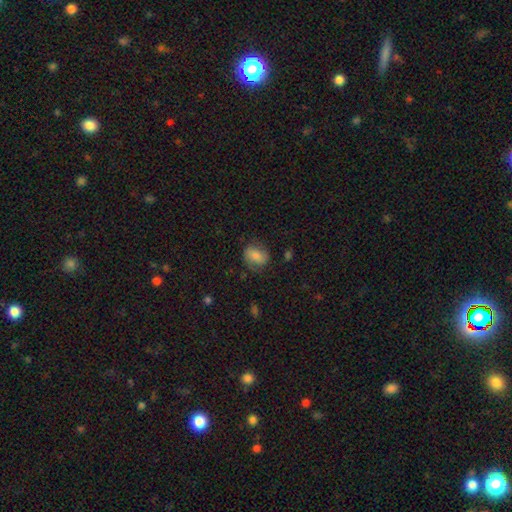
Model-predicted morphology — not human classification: Q: Smooth or featured?
A: smooth (70%); runner-up: featured or disk (21%)
Q: How rounded?
A: in between (59%); runner-up: round (40%)
Q: Merging?
A: none (65%); runner-up: minor disturbance (23%)